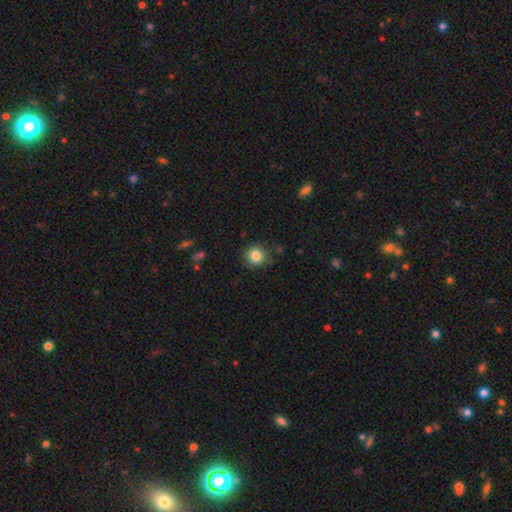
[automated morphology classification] smooth_or_featured: smooth (p=0.85) [alt: star or artifact p=0.10]
how_rounded: round (p=0.91) [alt: in between p=0.08]
merging: none (p=0.86) [alt: minor disturbance p=0.10]